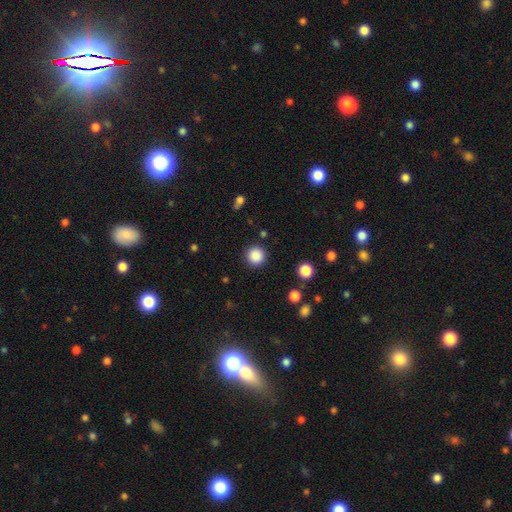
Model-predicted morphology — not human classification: Smooth or featured? Predicted: smooth (p=0.87). How rounded? Predicted: round (p=0.95). Merging? Predicted: none (p=0.90).